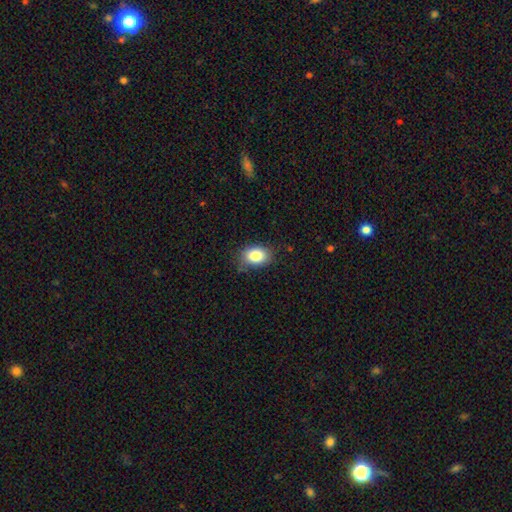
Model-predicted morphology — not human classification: The model was most divided on "how rounded": in between: 72%, round: 26%, cigar-shaped: 1%. More confident: smooth or featured — smooth (83%); merging — none (78%).